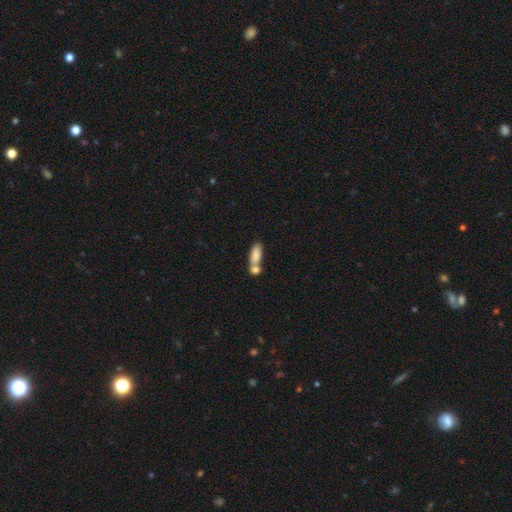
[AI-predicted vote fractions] Smooth or featured: smooth — 82% (featured or disk — 10%)
How rounded: in between — 78% (cigar-shaped — 19%)
Merging: merger — 55% (none — 32%)